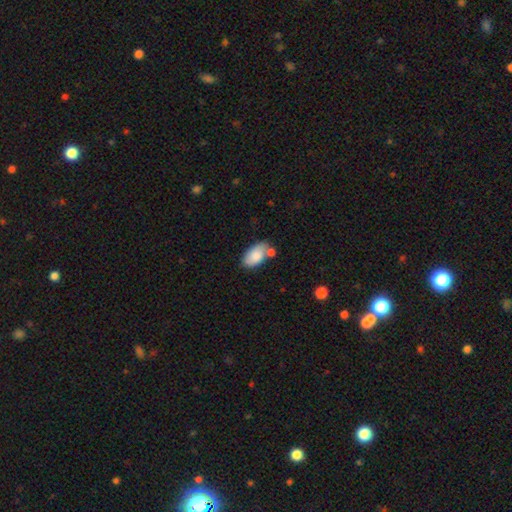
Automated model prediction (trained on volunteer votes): This appears to be a smooth galaxy with no disk features (82%) that is in between round and cigar-shaped (94%). Merging: none (57%).